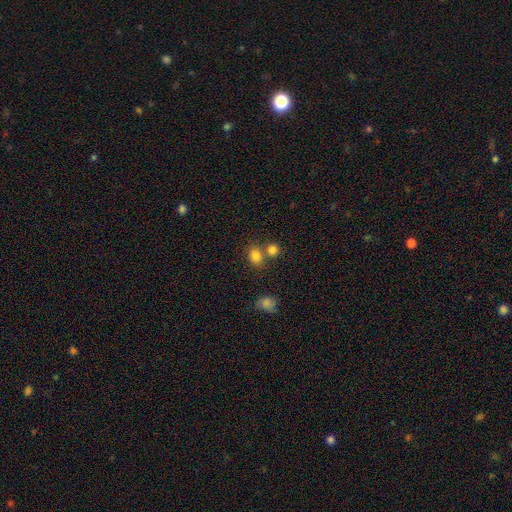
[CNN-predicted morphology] A smooth galaxy with no disk features (82%) that is in between round and cigar-shaped (51%). Merging: none (55%).